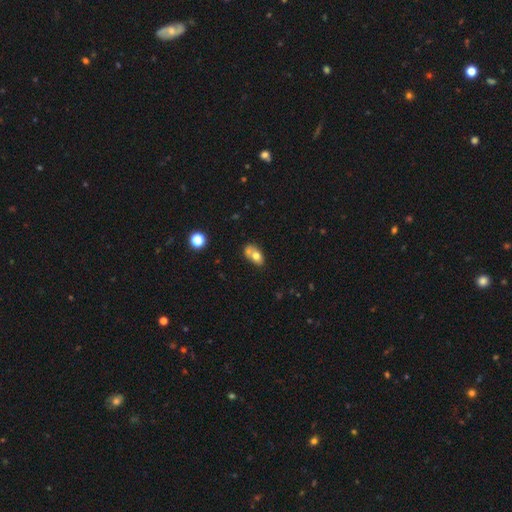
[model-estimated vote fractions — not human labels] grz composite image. It shows a smooth galaxy with no disk features (68%) that is in between round and cigar-shaped (75%). Merging: merger (45%).